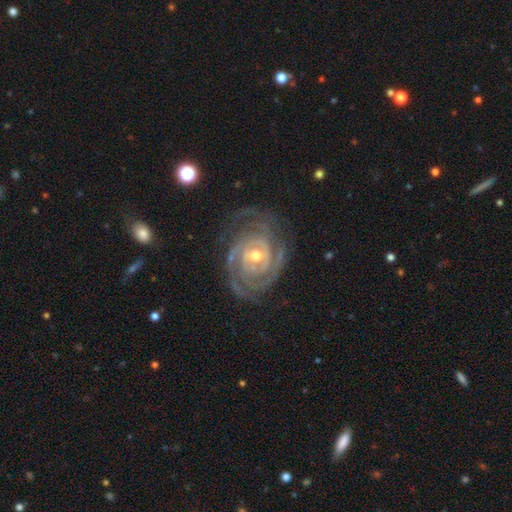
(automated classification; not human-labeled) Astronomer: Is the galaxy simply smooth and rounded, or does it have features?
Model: featured or disk — 92%.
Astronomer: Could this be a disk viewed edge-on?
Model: no — 97%.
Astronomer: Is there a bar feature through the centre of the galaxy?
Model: no — 59%.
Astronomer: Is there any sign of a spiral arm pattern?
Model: yes — 98%.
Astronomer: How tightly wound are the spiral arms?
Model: tight — 80%.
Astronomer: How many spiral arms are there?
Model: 3 — 27% (runner-up: 2, 26%).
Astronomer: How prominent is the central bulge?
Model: moderate — 54% (runner-up: small, 43%).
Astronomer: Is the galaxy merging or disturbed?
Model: none — 72%.